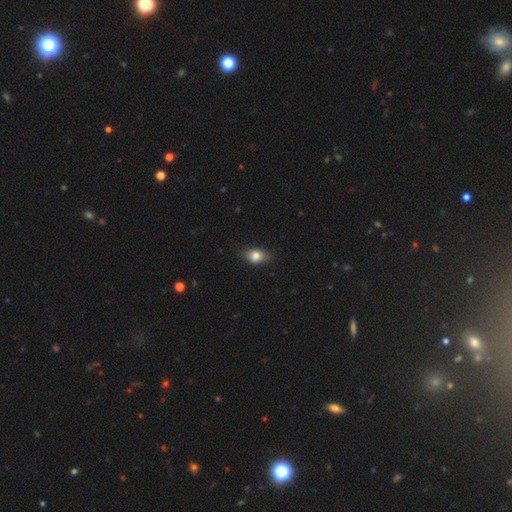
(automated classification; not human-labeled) Smooth or featured? Predicted: smooth (p=0.82). How rounded? Predicted: in between (p=0.72). Merging? Predicted: none (p=0.76).